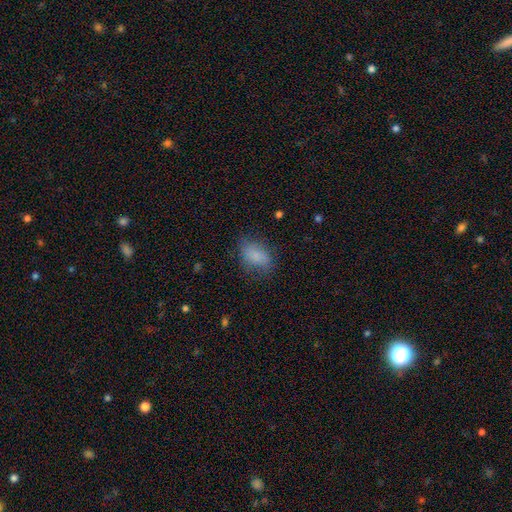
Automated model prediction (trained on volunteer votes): Smooth or featured? smooth (81%)
How rounded? in between (83%)
Merging? none (65%)